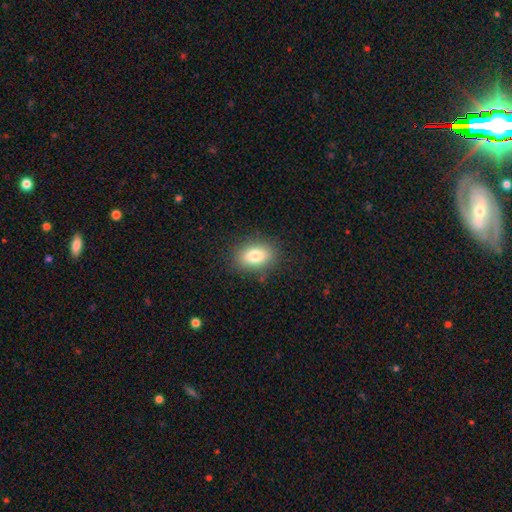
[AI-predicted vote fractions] The model was most divided on "how rounded": in between: 84%, round: 14%, cigar-shaped: 2%. More confident: merging — none (84%); smooth or featured — smooth (82%).